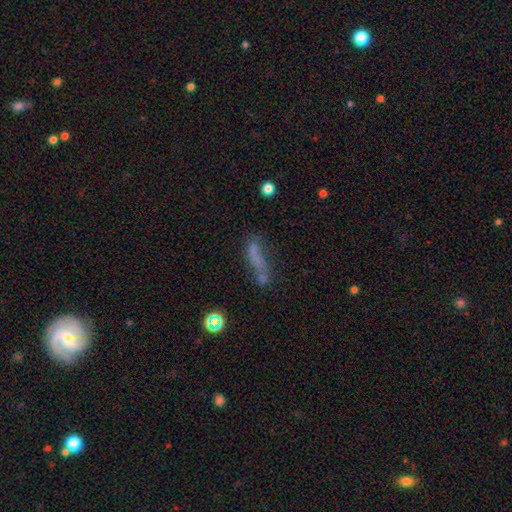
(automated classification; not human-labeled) Morphology: type=smooth (56%); roundness=cigar-shaped (68%); merging=none (40%).